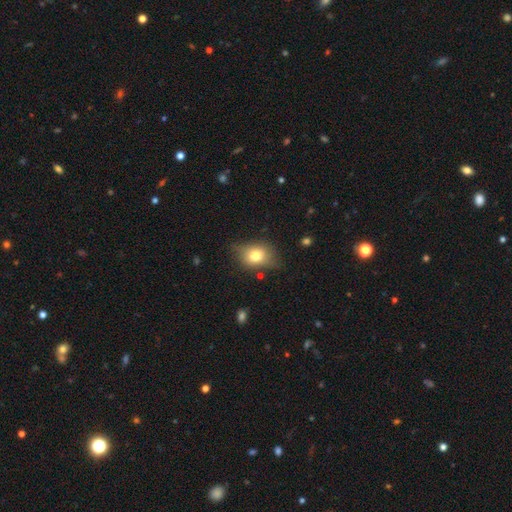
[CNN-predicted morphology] A smooth galaxy with no disk features (74%) that is in between round and cigar-shaped (59%). Merging: none (66%).